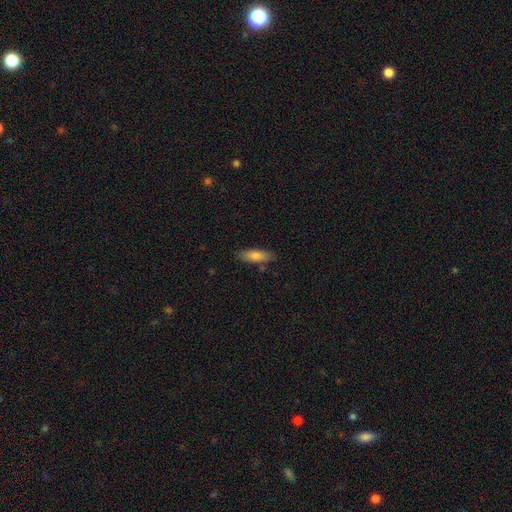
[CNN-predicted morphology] Smooth or featured? Predicted: smooth (p=0.80). How rounded? Predicted: in between (p=0.60). Merging? Predicted: none (p=0.83).